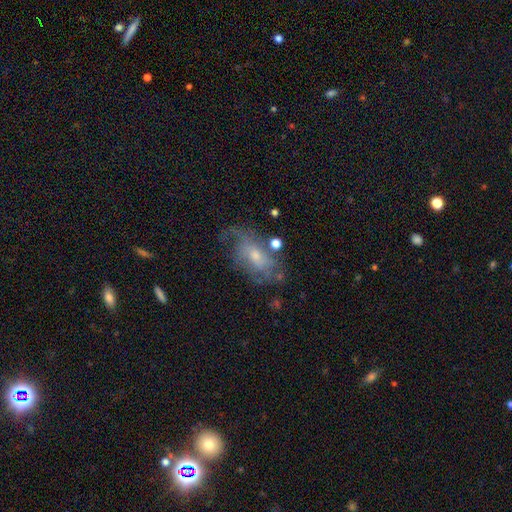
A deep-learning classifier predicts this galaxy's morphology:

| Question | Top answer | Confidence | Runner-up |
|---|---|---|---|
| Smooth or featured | featured or disk | 62% | smooth (29%) |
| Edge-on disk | no | 93% | yes (7%) |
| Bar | no | 68% | weak (27%) |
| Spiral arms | yes | 71% | no (29%) |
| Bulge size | small | 53% | moderate (38%) |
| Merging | none | 46% | major disturbance (25%) |